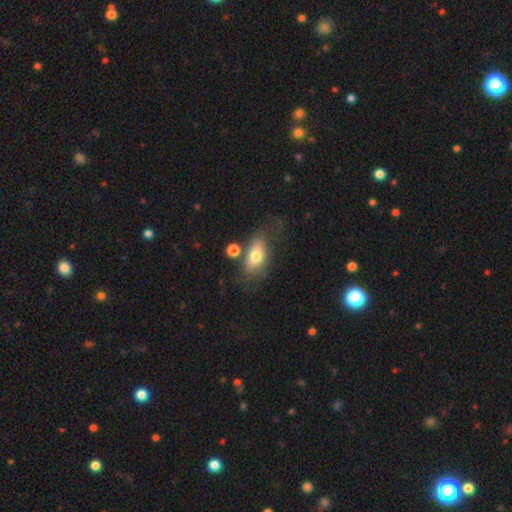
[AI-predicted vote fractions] Smooth or featured: smooth — 69% (featured or disk — 23%)
How rounded: in between — 81% (cigar-shaped — 12%)
Merging: none — 51% (minor disturbance — 22%)